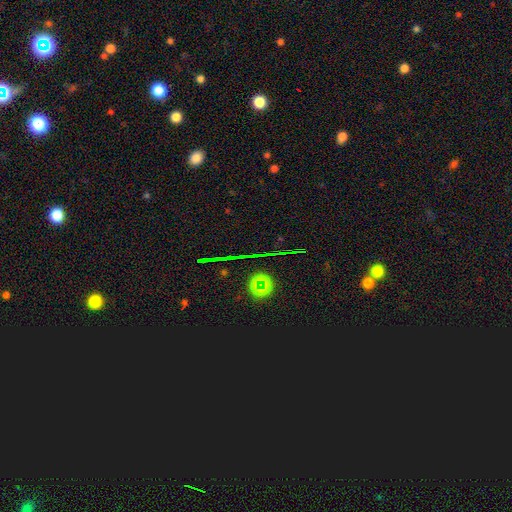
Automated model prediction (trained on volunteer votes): The model was most divided on "smooth or featured": star or artifact: 75%, smooth: 15%, featured or disk: 10%.